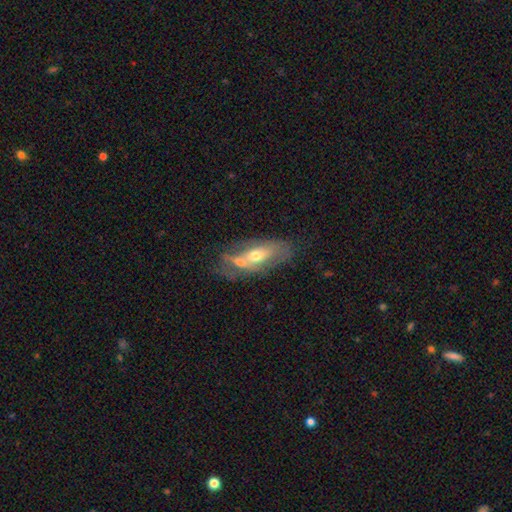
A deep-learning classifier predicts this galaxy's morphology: smooth-or-featured: featured or disk: 57% | smooth: 36% | star or artifact: 7%
  disk-edge-on: no: 78% | yes: 22%
  merging: none: 41% | merger: 27% | minor disturbance: 21% | major disturbance: 12%